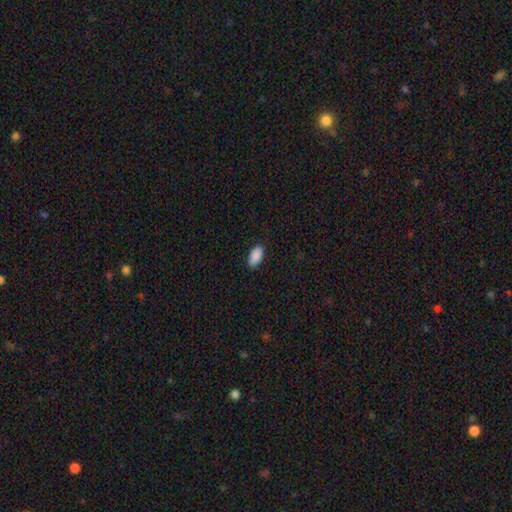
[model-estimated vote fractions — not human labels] Smooth or featured? smooth (91%)
How rounded? in between (95%)
Merging? none (88%)